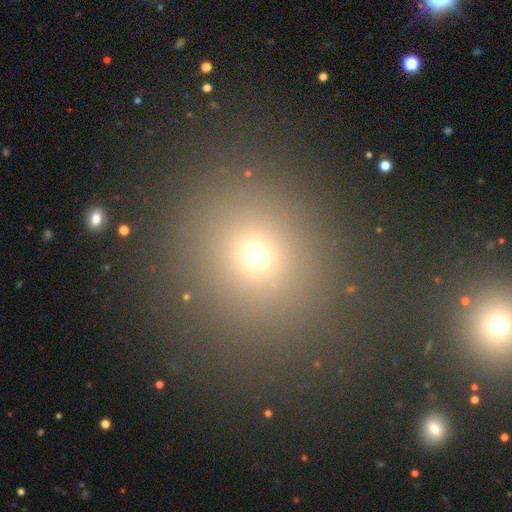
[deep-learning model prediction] Smooth or featured? Predicted: smooth (p=0.65). How rounded? Predicted: round (p=0.83). Merging? Predicted: none (p=0.84).